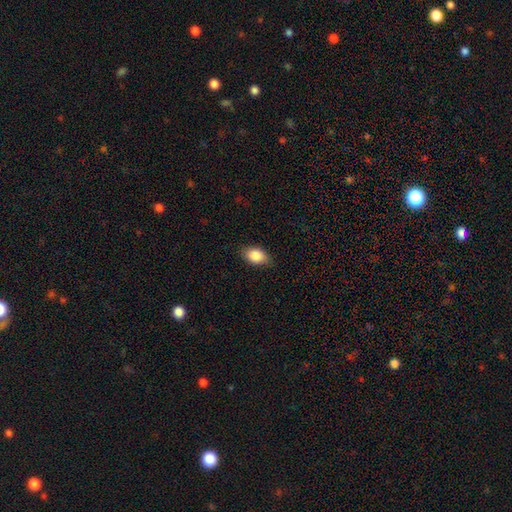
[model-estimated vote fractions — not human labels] smooth-or-featured: smooth: 87% | star or artifact: 7% | featured or disk: 6%
  how-rounded: in between: 88% | round: 10% | cigar-shaped: 2%
  merging: none: 82% | minor disturbance: 14% | major disturbance: 3% | merger: 1%